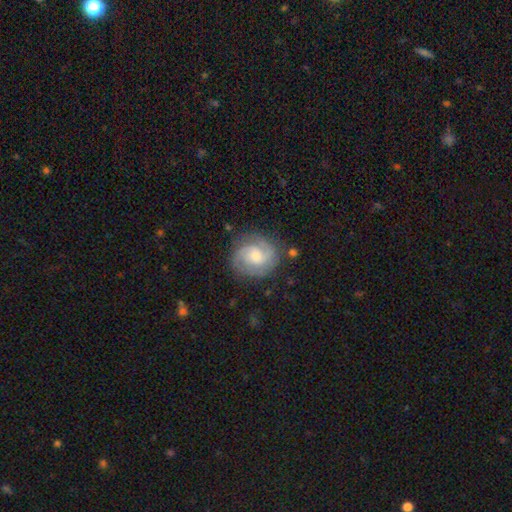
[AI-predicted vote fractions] Morphology: type=featured or disk (79%); edge-on=no (98%); bar=no (55%); spiral arms=yes (96%); winding=tight (52%); arm count=2 (73%); bulge=moderate (54%); merging=none (79%).